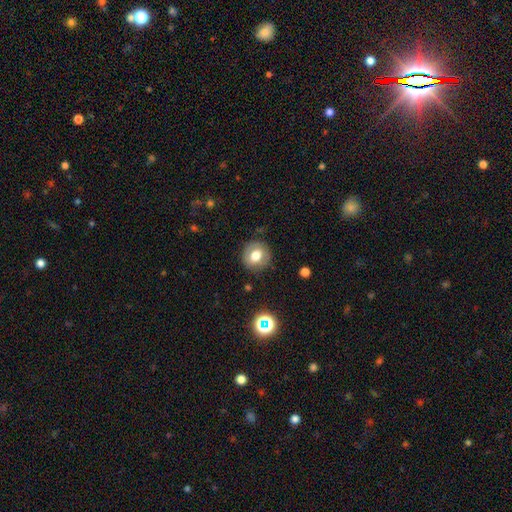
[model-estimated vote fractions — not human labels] smooth 67%, featured or disk 23%, star or artifact 10%. Down the decision tree: how rounded — round (81%); merging — none (83%).